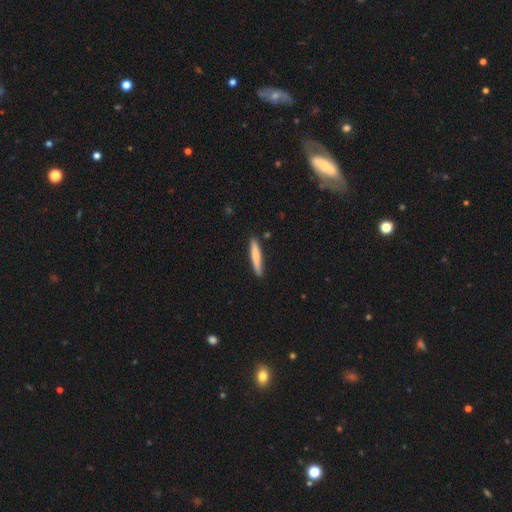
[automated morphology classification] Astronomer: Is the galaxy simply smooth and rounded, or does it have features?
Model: smooth — 70%.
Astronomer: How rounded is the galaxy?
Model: cigar-shaped — 93%.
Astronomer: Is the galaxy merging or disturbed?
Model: none — 88%.